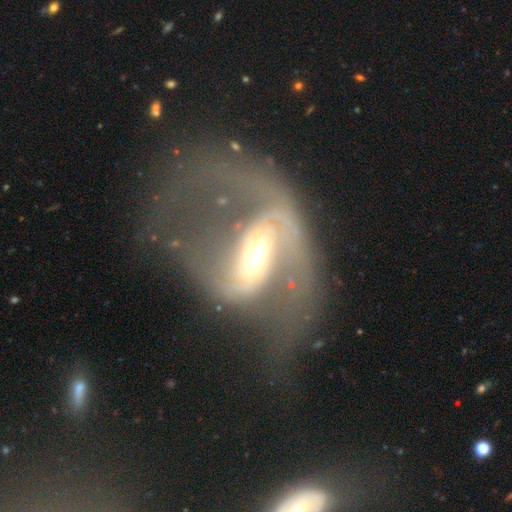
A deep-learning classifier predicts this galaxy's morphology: smooth-or-featured: featured or disk: 84% | smooth: 10% | star or artifact: 6%
  disk-edge-on: no: 96% | yes: 4%
    bar: weak: 41% | strong: 36% | no: 22%
    has-spiral-arms: yes: 88% | no: 12%
      spiral-winding: loose: 48% | medium: 40% | tight: 12%
      spiral-arm-count: 2: 77% | 1: 11% | can't tell: 8% | 3: 2% | 4: 1% | more than 4: 1%
    bulge-size: moderate: 54% | small: 31% | large: 11% | dominant: 2% | none: 2%
  merging: major disturbance: 45% | none: 34% | minor disturbance: 15% | merger: 7%